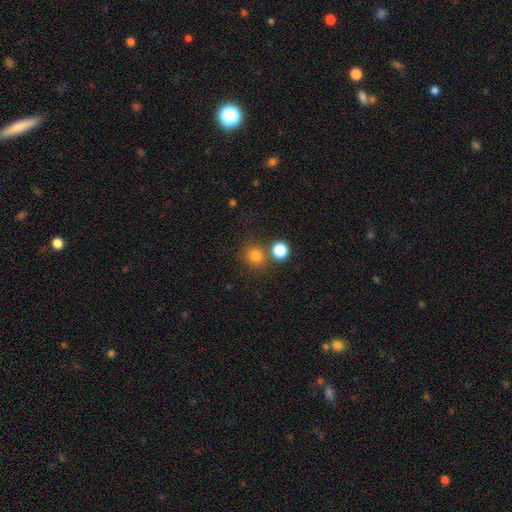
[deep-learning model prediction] Smooth or featured? smooth (78%)
How rounded? round (82%)
Merging? none (67%)